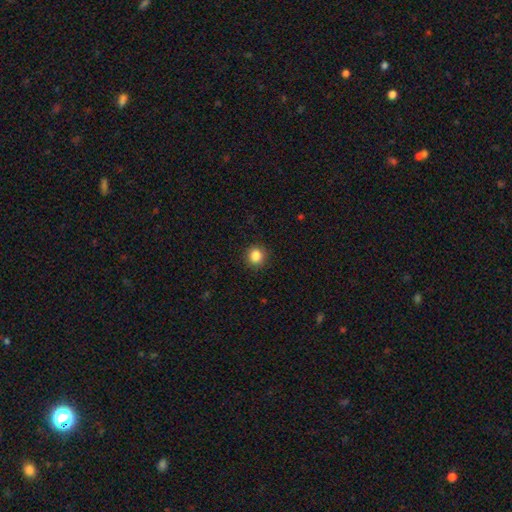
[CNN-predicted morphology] smooth-or-featured: smooth: 86% | star or artifact: 11% | featured or disk: 4%
  how-rounded: round: 93% | in between: 6% | cigar-shaped: 1%
  merging: none: 92% | minor disturbance: 5% | major disturbance: 2% | merger: 1%